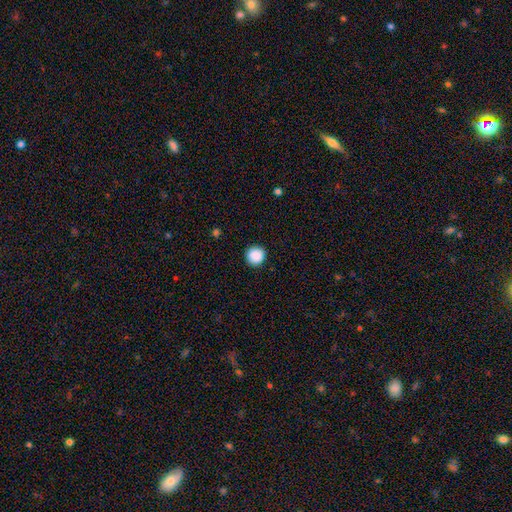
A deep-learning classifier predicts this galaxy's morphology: Smooth or featured? Predicted: smooth (p=0.89). How rounded? Predicted: round (p=0.95). Merging? Predicted: none (p=0.92).